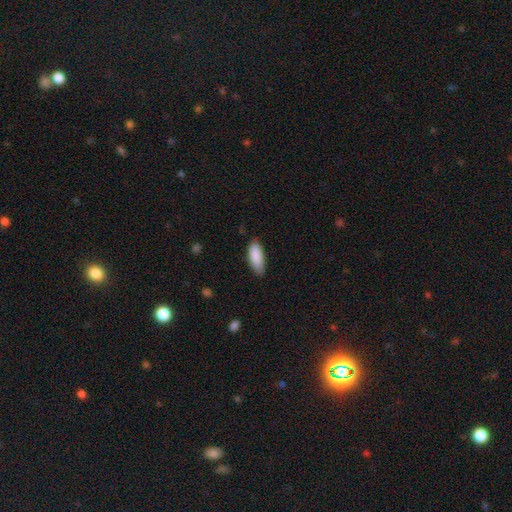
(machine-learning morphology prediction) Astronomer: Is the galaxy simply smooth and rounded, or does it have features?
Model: smooth — 89%.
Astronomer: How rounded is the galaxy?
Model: in between — 75%.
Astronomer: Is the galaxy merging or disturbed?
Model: none — 74%.